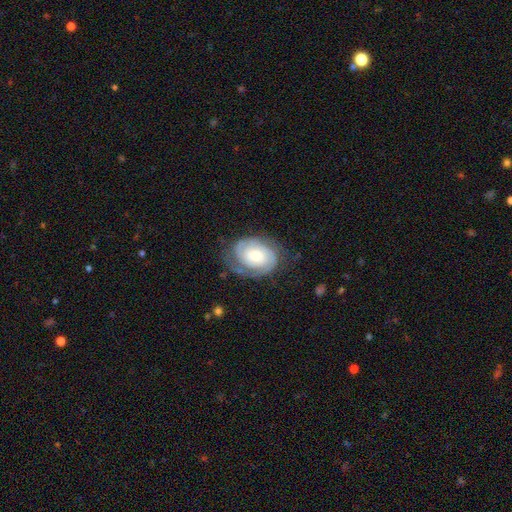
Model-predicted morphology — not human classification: This is likely a featured or disk galaxy (80%). It is clearly not viewed edge-on (97%). Bar: likely no (70%). Spiral arm pattern: clearly yes (94%). Spiral arm count: likely 2 (67%). Spiral winding: likely tight (64%). Central bulge: possibly moderate (51%). Merging: likely none (69%).